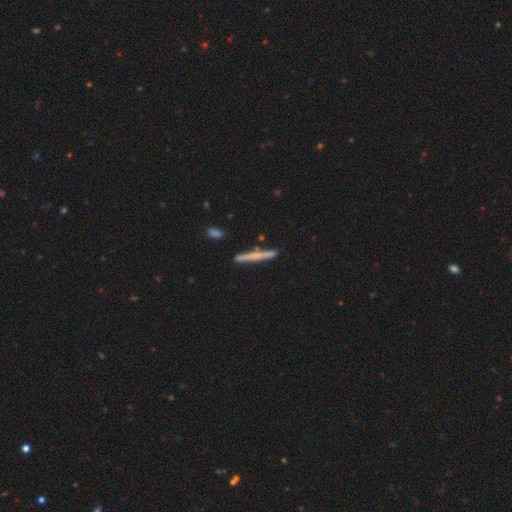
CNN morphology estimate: Smooth or featured: smooth — 57% (featured or disk — 37%)
How rounded: cigar-shaped — 96% (in between — 2%)
Merging: none — 87% (minor disturbance — 8%)